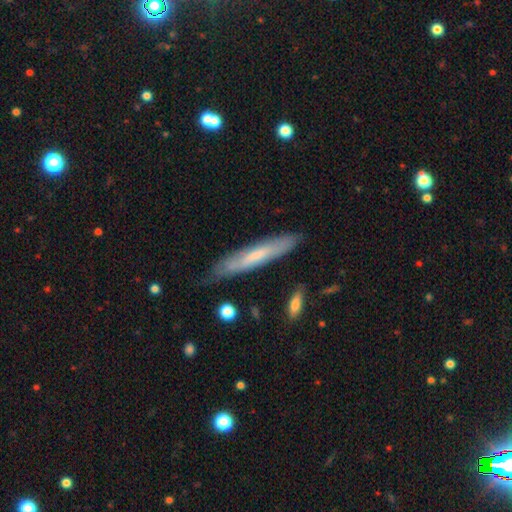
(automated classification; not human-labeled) The model was most divided on "smooth or featured": smooth: 52%, featured or disk: 42%, star or artifact: 6%. More confident: how rounded — cigar-shaped (90%); merging — none (76%).